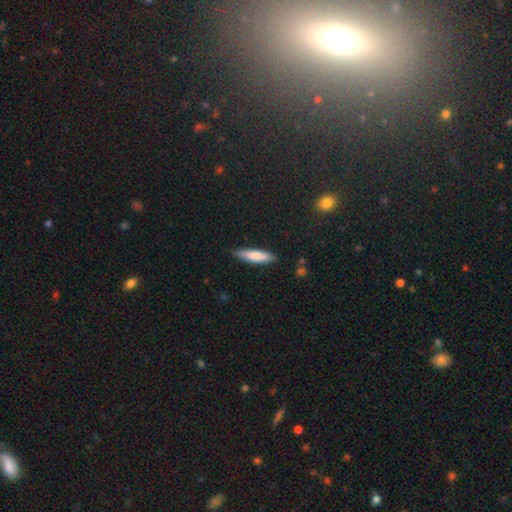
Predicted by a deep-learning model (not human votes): A smooth galaxy with no disk features (77%) that is cigar-shaped (76%). Merging: none (85%).